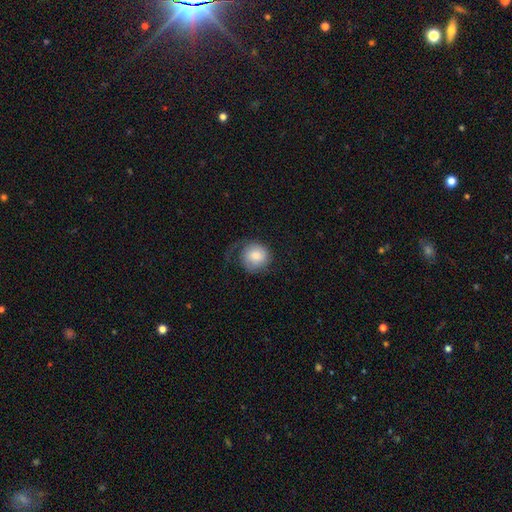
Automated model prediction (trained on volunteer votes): Morphology: type=smooth (56%); roundness=round (82%); merging=none (46%).